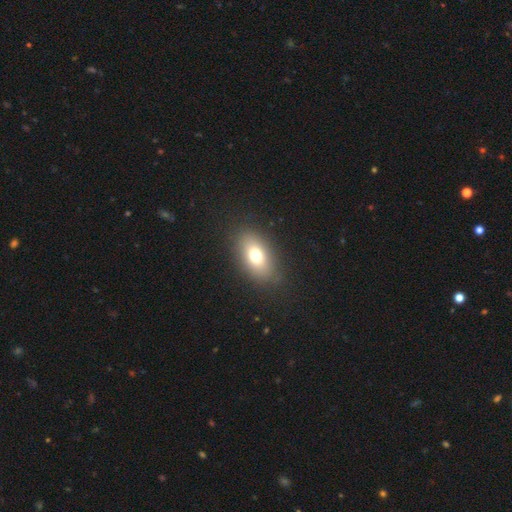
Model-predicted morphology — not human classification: Smooth or featured? Predicted: smooth (p=0.71). How rounded? Predicted: in between (p=0.84). Merging? Predicted: none (p=0.86).